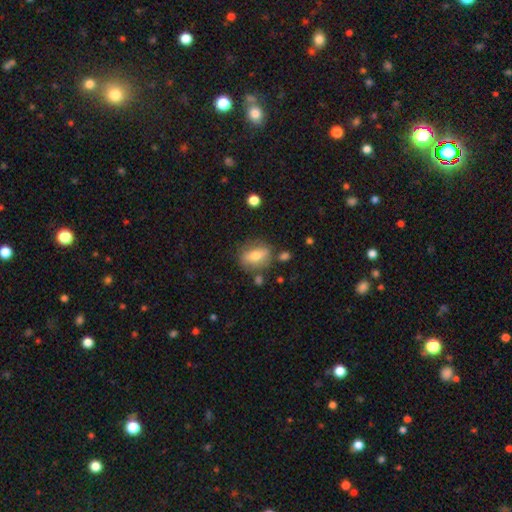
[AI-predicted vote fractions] Smooth or featured? Predicted: smooth (p=0.63). How rounded? Predicted: in between (p=0.66). Merging? Predicted: none (p=0.74).